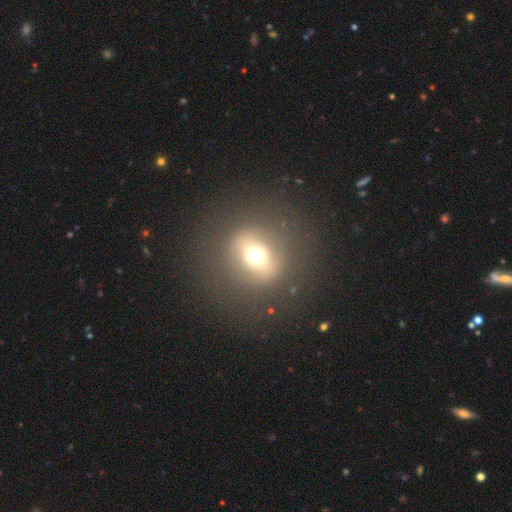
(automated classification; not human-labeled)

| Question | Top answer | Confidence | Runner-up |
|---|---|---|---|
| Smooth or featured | smooth | 56% | featured or disk (28%) |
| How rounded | round | 80% | in between (18%) |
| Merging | none | 84% | minor disturbance (8%) |